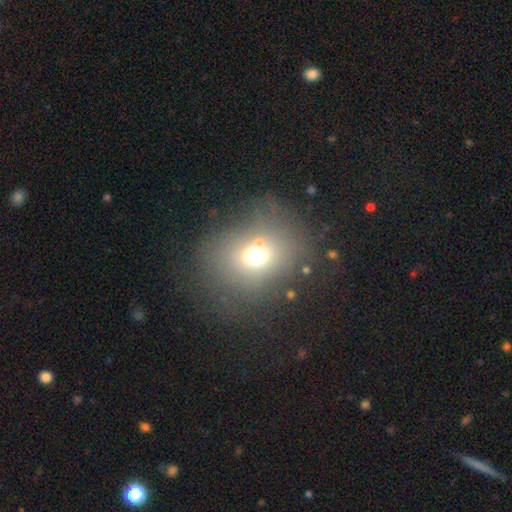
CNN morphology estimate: A smooth galaxy with no disk features (63%) that is round (62%).

Vote fractions:
- Smooth or featured? smooth: 63% / star or artifact: 20% / featured or disk: 17%
- How rounded? round: 62% / in between: 36% / cigar-shaped: 1%
- Merging? none: 60% / minor disturbance: 16% / major disturbance: 13% / merger: 12%